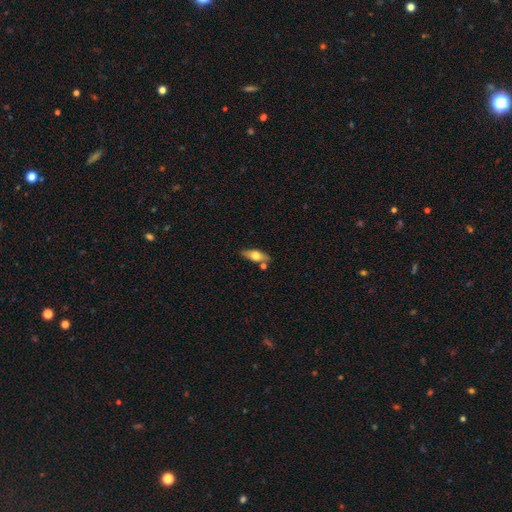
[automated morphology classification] Q: Smooth or featured?
A: smooth (55%); runner-up: featured or disk (38%)
Q: How rounded?
A: in between (66%); runner-up: cigar-shaped (30%)
Q: Merging?
A: none (73%); runner-up: minor disturbance (14%)